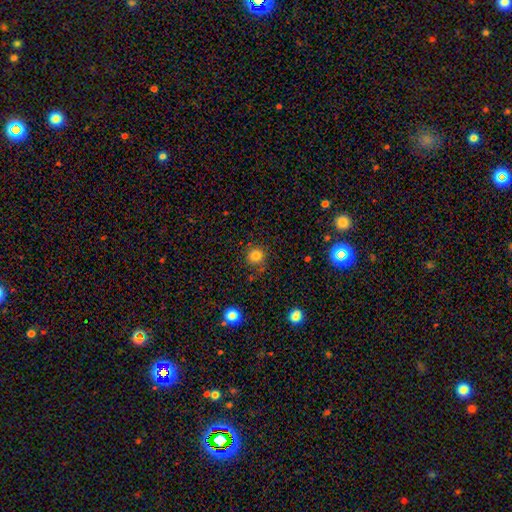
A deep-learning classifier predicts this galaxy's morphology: Smooth or featured? smooth (82%)
How rounded? round (92%)
Merging? none (82%)